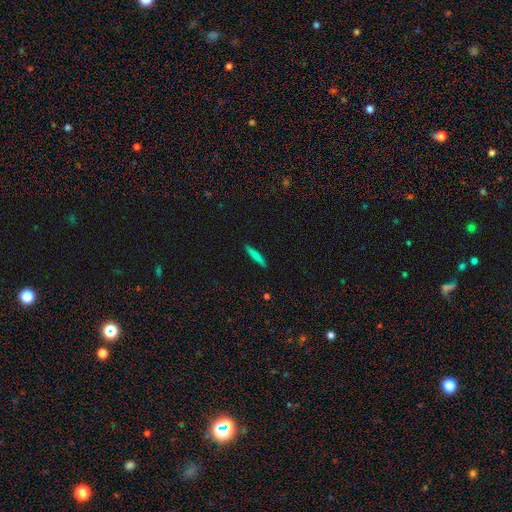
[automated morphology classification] smooth-or-featured: smooth: 74% | featured or disk: 20% | star or artifact: 6%
  how-rounded: cigar-shaped: 94% | in between: 5% | round: 1%
  merging: none: 91% | minor disturbance: 6% | major disturbance: 1% | merger: 1%